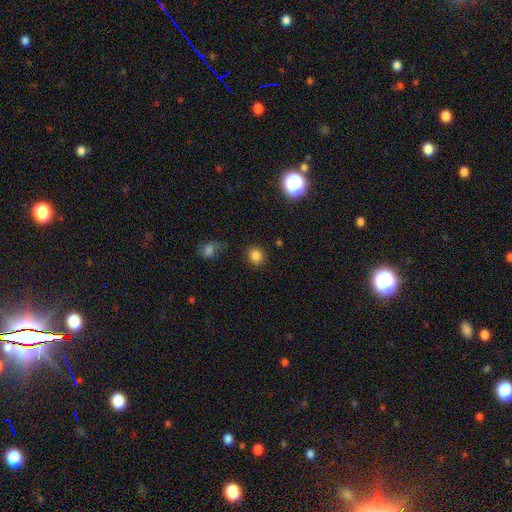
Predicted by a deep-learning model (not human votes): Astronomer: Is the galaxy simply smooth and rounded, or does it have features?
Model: smooth — 83%.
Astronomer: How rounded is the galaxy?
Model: round — 77%.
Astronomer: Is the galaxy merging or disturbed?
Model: none — 84%.